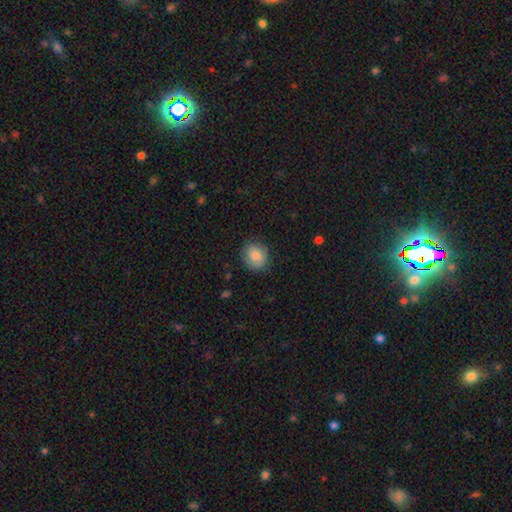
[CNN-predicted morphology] smooth-or-featured: smooth: 85% | star or artifact: 8% | featured or disk: 7%
  how-rounded: round: 73% | in between: 26% | cigar-shaped: 1%
  merging: none: 83% | minor disturbance: 12% | major disturbance: 3% | merger: 1%